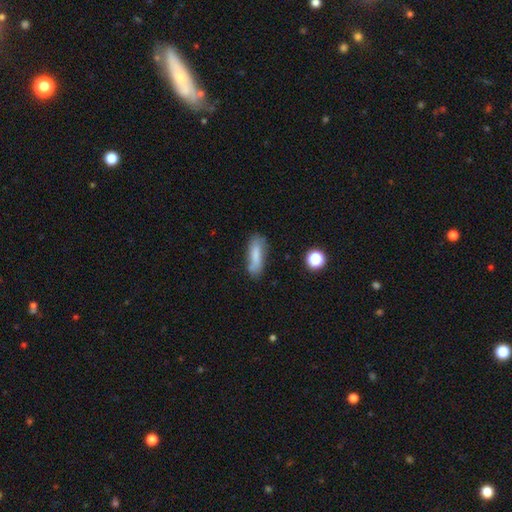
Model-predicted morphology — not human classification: type=smooth (74%); roundness=cigar-shaped (52%); merging=none (65%).